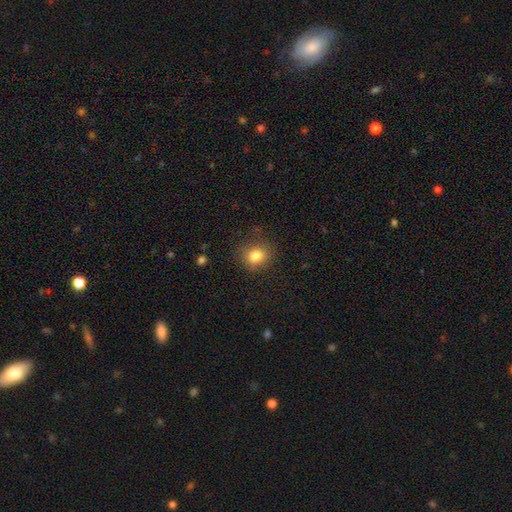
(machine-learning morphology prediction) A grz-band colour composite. It shows a smooth galaxy with no disk features (81%) that is round (77%). Merging: none (83%).